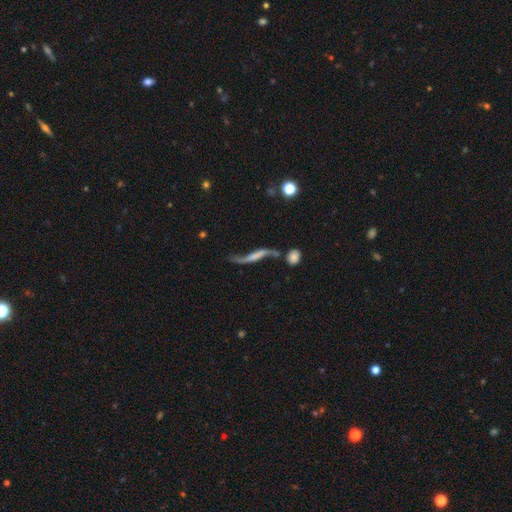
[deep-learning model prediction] Smooth or featured? featured or disk (74%)
Edge-on disk? no (73%)
Bar? no (41%)
Spiral arms? yes (84%)
Bulge size? none (56%)
Merging? none (46%)